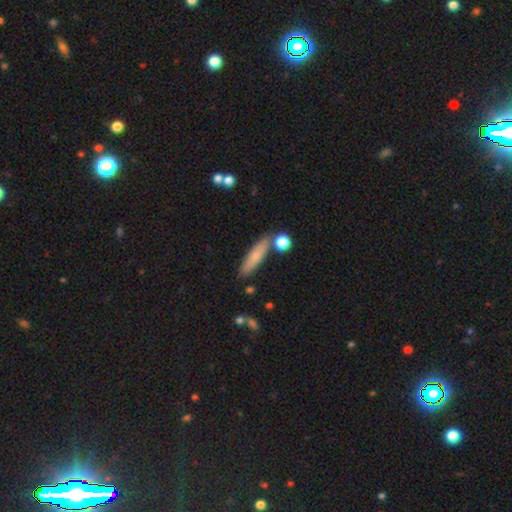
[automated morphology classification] A smooth galaxy with no disk features (72%) that is cigar-shaped (78%).

Vote fractions:
- Smooth or featured? smooth: 72% / featured or disk: 21% / star or artifact: 7%
- How rounded? cigar-shaped: 78% / in between: 20% / round: 2%
- Merging? none: 78% / minor disturbance: 12% / merger: 7% / major disturbance: 3%